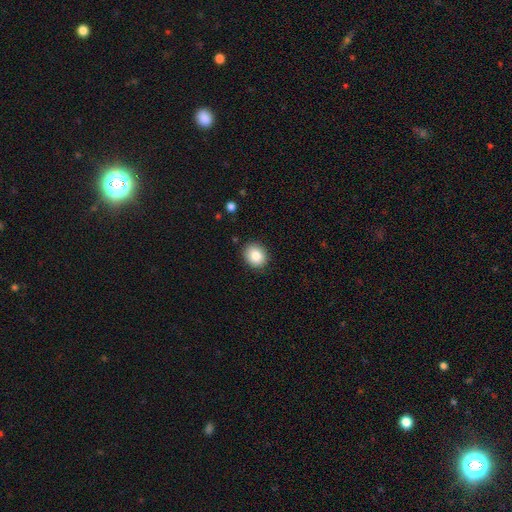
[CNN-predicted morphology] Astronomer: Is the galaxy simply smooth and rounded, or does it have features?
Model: smooth — 84%.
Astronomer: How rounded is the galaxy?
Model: round — 68%.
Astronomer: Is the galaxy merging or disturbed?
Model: none — 89%.